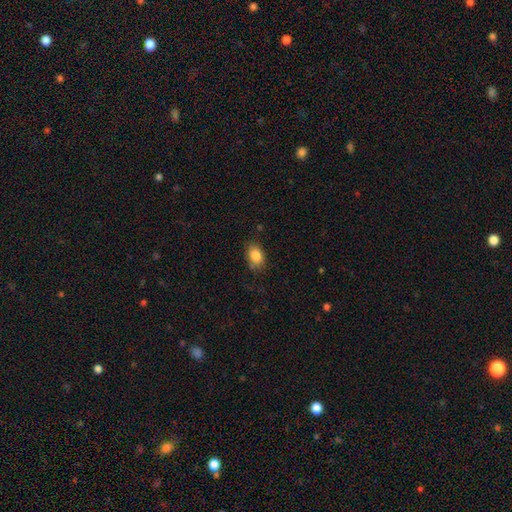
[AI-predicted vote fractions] Smooth or featured?
  - smooth: 86% *
  - star or artifact: 8%
  - featured or disk: 6%
How rounded?
  - in between: 79% *
  - round: 20%
  - cigar-shaped: 1%
Merging?
  - none: 75% *
  - minor disturbance: 18%
  - major disturbance: 4%
  - merger: 2%